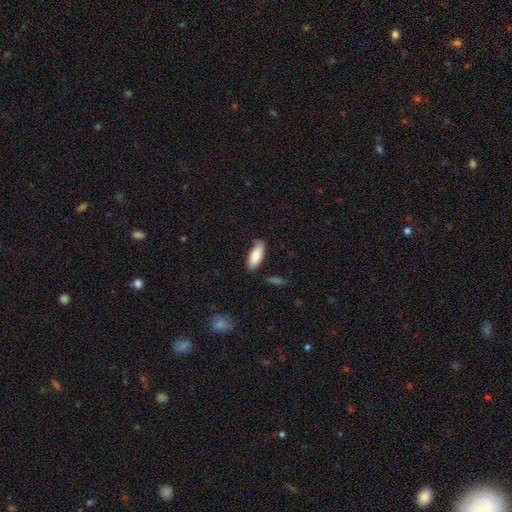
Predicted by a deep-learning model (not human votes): Smooth or featured? smooth (85%)
How rounded? in between (79%)
Merging? none (80%)